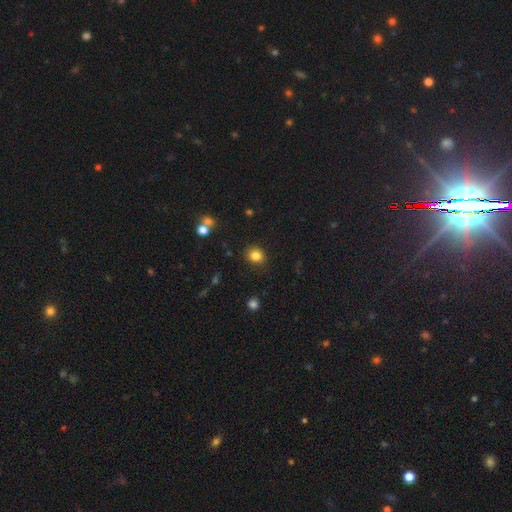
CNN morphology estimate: Q: Smooth or featured?
A: smooth (83%); runner-up: star or artifact (11%)
Q: How rounded?
A: round (72%); runner-up: in between (28%)
Q: Merging?
A: none (88%); runner-up: minor disturbance (8%)